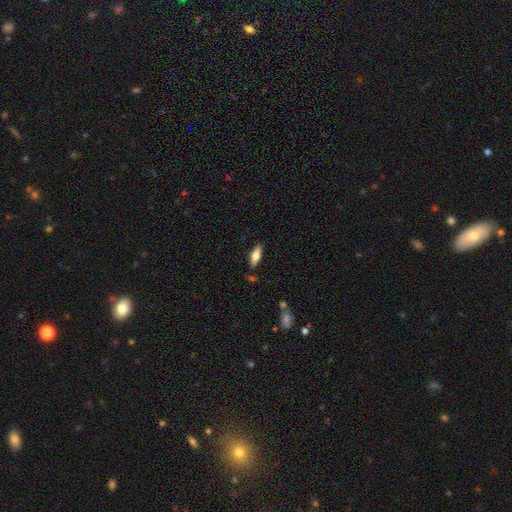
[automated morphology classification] smooth_or_featured: smooth (p=0.61) [alt: featured or disk p=0.32]
how_rounded: in between (p=0.63) [alt: cigar-shaped p=0.35]
merging: none (p=0.84) [alt: minor disturbance p=0.11]